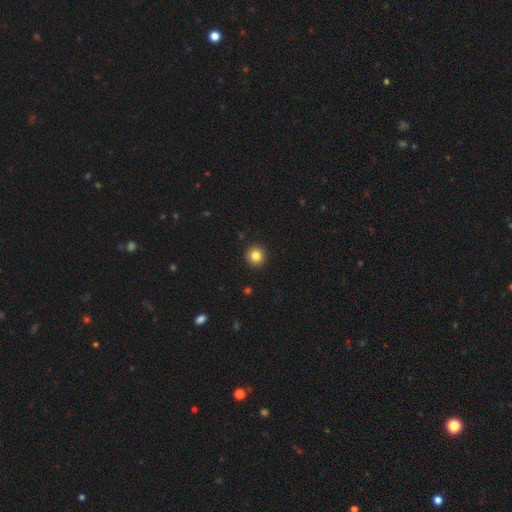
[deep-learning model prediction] smooth-or-featured: smooth: 84% | star or artifact: 11% | featured or disk: 5%
  how-rounded: round: 94% | in between: 5% | cigar-shaped: 1%
  merging: none: 93% | minor disturbance: 5% | major disturbance: 1% | merger: 1%